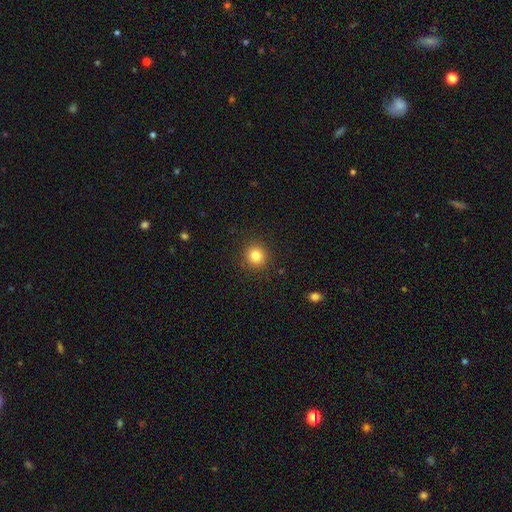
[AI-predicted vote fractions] Overall: smooth (82%). How rounded: round (92%). Merging: none (91%).